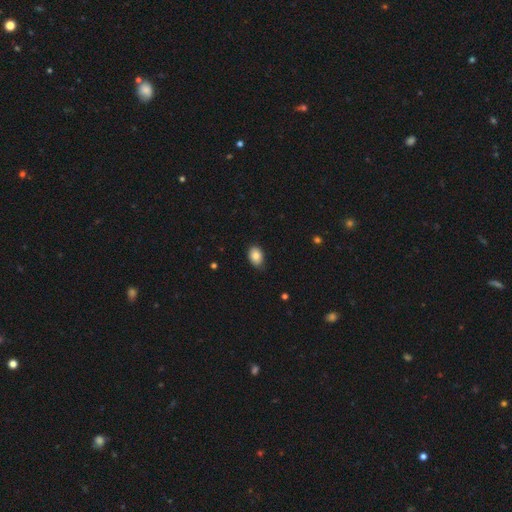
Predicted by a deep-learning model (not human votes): Overall: smooth (83%). How rounded: in between (81%). Merging: none (80%).